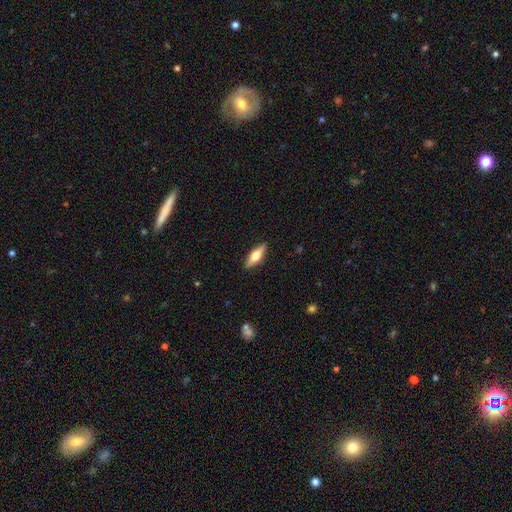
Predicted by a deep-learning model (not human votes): This is possibly a smooth galaxy (47%, tied with featured or disk). Merging: clearly none (89%).